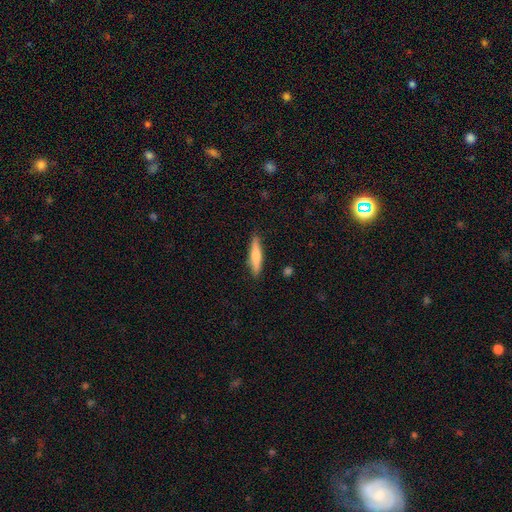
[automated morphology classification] smooth_or_featured: smooth (p=0.62) [alt: featured or disk p=0.32]
how_rounded: cigar-shaped (p=0.82) [alt: in between p=0.16]
merging: none (p=0.88) [alt: minor disturbance p=0.09]